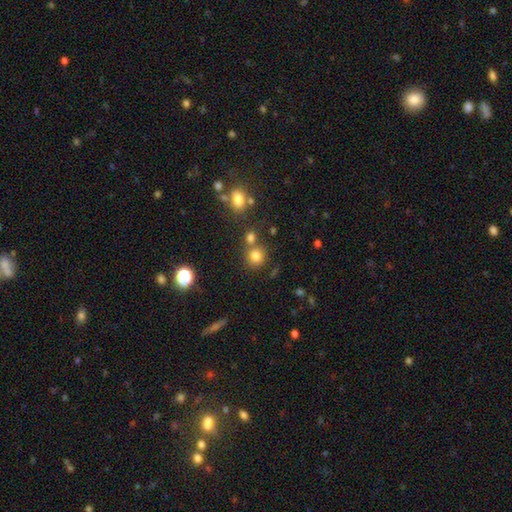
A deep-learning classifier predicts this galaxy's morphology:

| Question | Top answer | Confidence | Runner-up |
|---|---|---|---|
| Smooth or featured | smooth | 77% | star or artifact (15%) |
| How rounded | round | 85% | in between (14%) |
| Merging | none | 65% | merger (22%) |